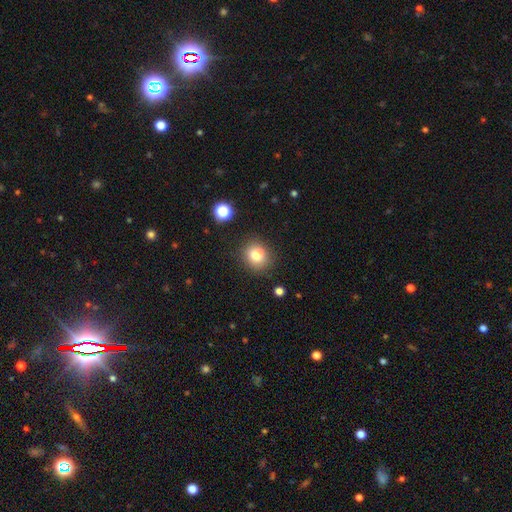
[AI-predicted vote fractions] Smooth or featured? Predicted: smooth (p=0.78). How rounded? Predicted: round (p=0.76). Merging? Predicted: none (p=0.71).